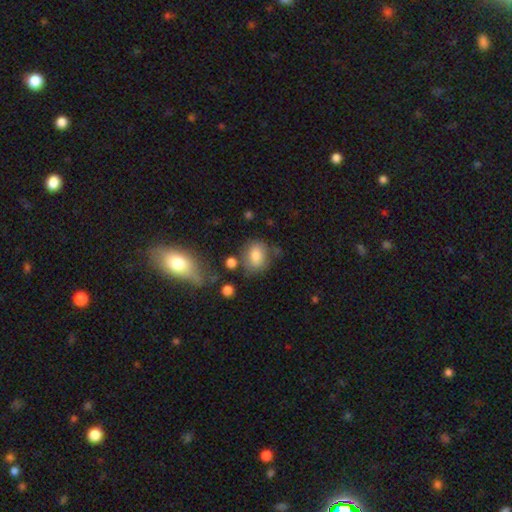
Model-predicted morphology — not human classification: smooth 76%, featured or disk 14%, star or artifact 10%. Down the decision tree: how rounded — round (50%); merging — none (65%).